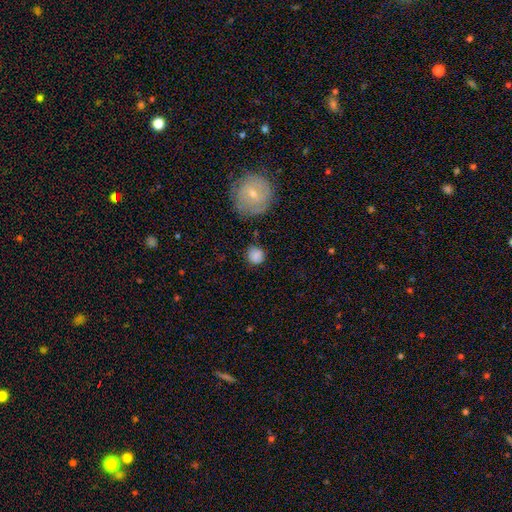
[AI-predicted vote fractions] Overall: smooth (84%). How rounded: round (89%). Merging: none (78%).